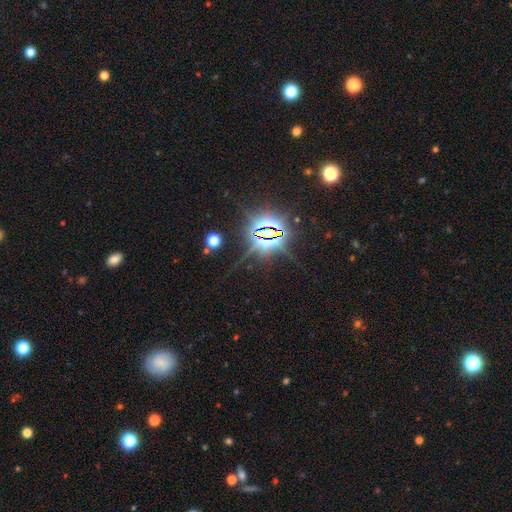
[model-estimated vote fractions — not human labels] Overall: star or artifact (81%).